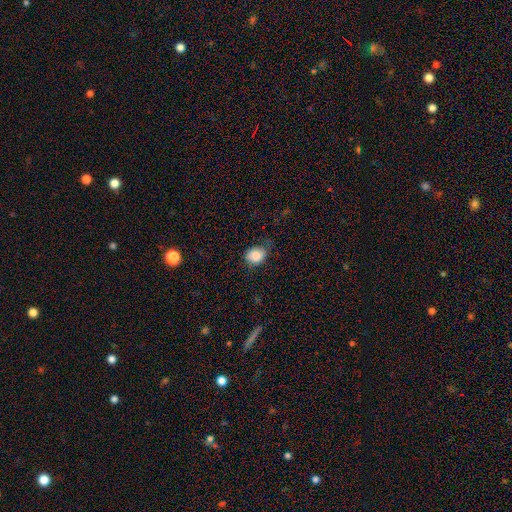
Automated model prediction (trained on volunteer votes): A smooth galaxy with no disk features (83%) that is in between round and cigar-shaped (55%). Merging: none (56%).